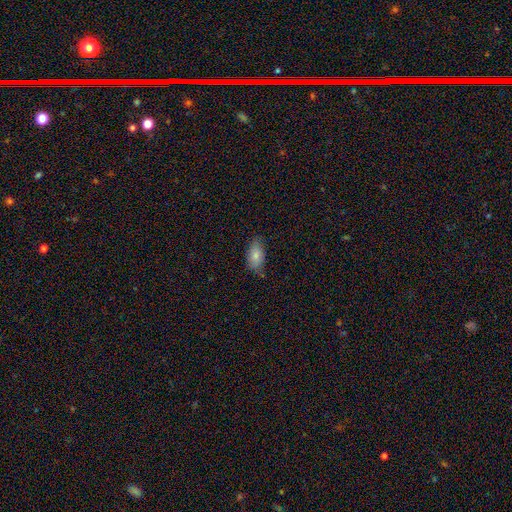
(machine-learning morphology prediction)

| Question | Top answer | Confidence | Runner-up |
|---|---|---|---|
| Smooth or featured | smooth | 79% | featured or disk (14%) |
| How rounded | in between | 92% | cigar-shaped (5%) |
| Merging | none | 70% | minor disturbance (25%) |